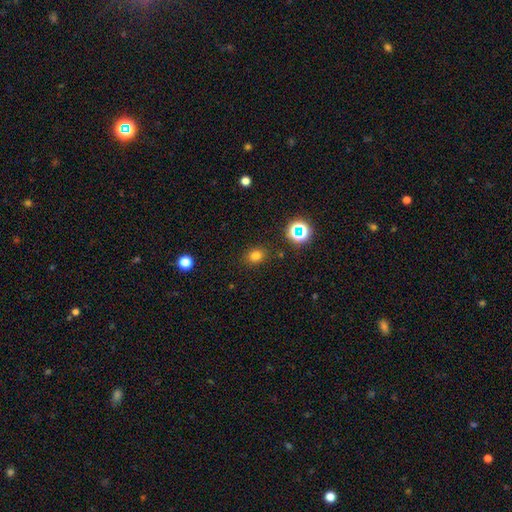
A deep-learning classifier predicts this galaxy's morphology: Smooth or featured: smooth — 76% (star or artifact — 18%)
How rounded: round — 57% (in between — 42%)
Merging: none — 86% (minor disturbance — 9%)